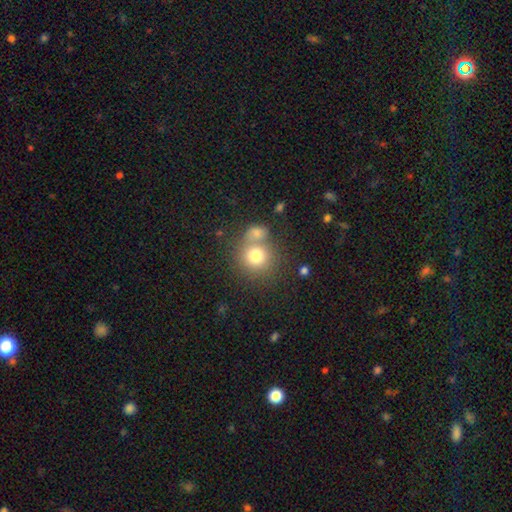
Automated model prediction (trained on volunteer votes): Smooth or featured: smooth — 77% (featured or disk — 12%)
How rounded: round — 87% (in between — 12%)
Merging: none — 49% (merger — 36%)